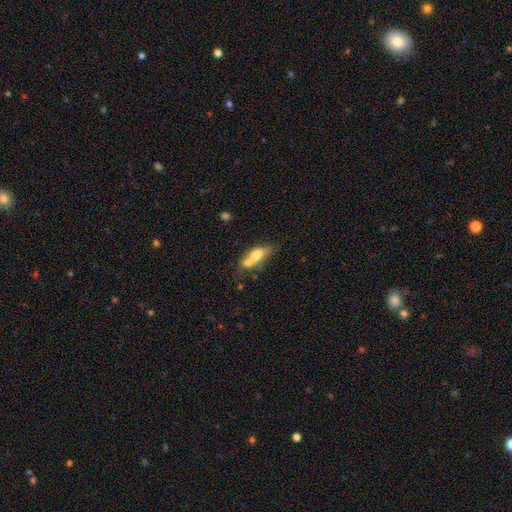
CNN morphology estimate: Smooth or featured? smooth (64%)
How rounded? in between (72%)
Merging? merger (51%)